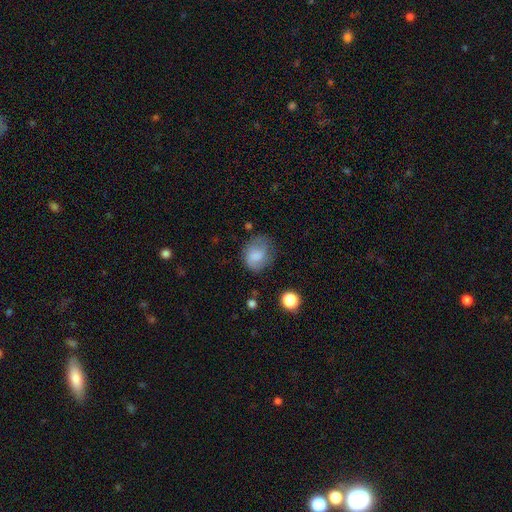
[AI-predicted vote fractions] A smooth galaxy with no disk features (73%) that is round (52%).

Vote fractions:
- Smooth or featured? smooth: 73% / featured or disk: 17% / star or artifact: 9%
- How rounded? round: 52% / in between: 47% / cigar-shaped: 1%
- Merging? none: 52% / minor disturbance: 30% / major disturbance: 16% / merger: 2%